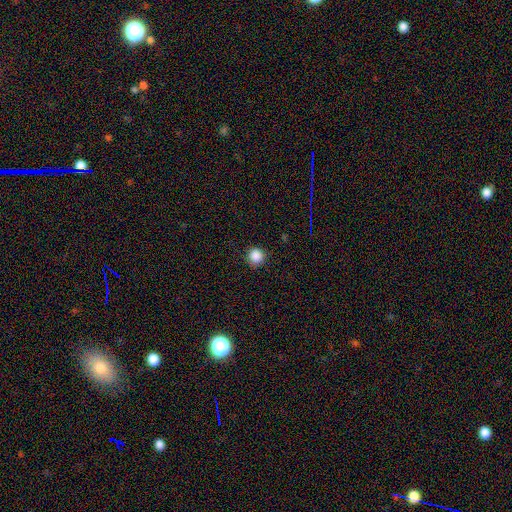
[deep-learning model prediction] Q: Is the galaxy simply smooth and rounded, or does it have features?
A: smooth — 87%.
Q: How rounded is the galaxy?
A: round — 95%.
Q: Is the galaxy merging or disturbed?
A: none — 90%.